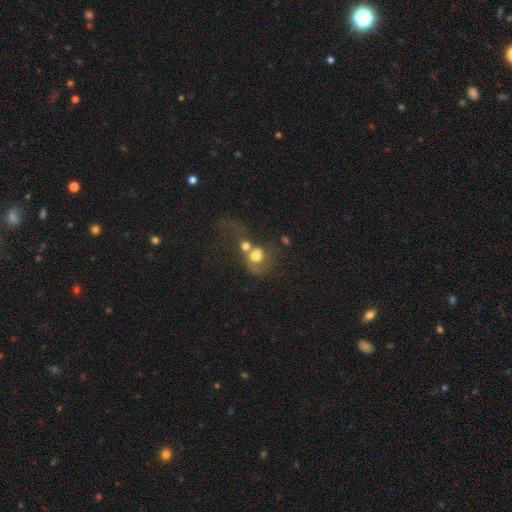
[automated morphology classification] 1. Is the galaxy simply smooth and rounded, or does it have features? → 60% smooth, 29% featured or disk, 11% star or artifact.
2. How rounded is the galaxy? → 68% round, 31% in between, 1% cigar-shaped.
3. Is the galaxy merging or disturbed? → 62% merger, 18% major disturbance, 13% none, 7% minor disturbance.